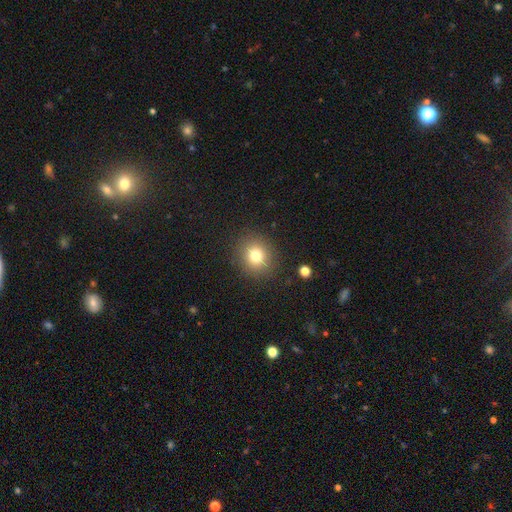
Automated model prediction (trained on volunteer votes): A smooth galaxy with no disk features (77%) that is round (84%).

Vote fractions:
- Smooth or featured? smooth: 77% / star or artifact: 14% / featured or disk: 10%
- How rounded? round: 84% / in between: 15% / cigar-shaped: 1%
- Merging? none: 88% / minor disturbance: 7% / major disturbance: 3% / merger: 1%